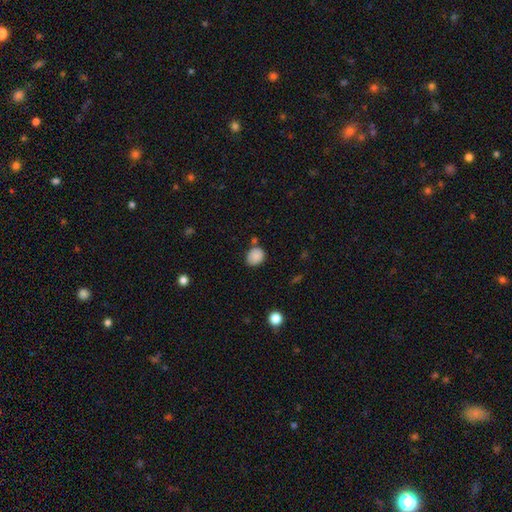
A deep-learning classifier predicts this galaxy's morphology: Smooth or featured?
  - smooth: 87% *
  - star or artifact: 9%
  - featured or disk: 4%
How rounded?
  - round: 65% *
  - in between: 35%
  - cigar-shaped: 1%
Merging?
  - none: 73% *
  - minor disturbance: 16%
  - merger: 8%
  - major disturbance: 4%